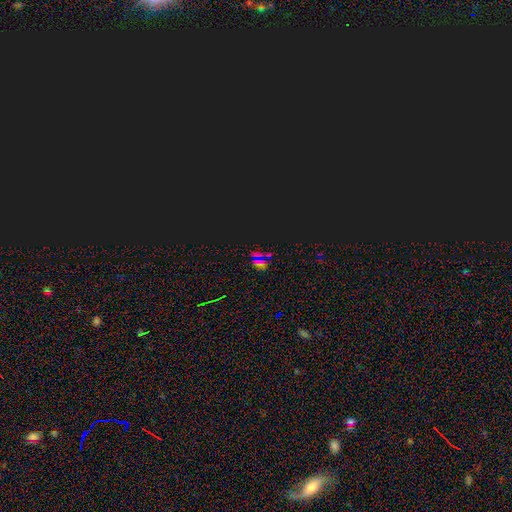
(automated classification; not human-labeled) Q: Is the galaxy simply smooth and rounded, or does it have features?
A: star or artifact — 70%.